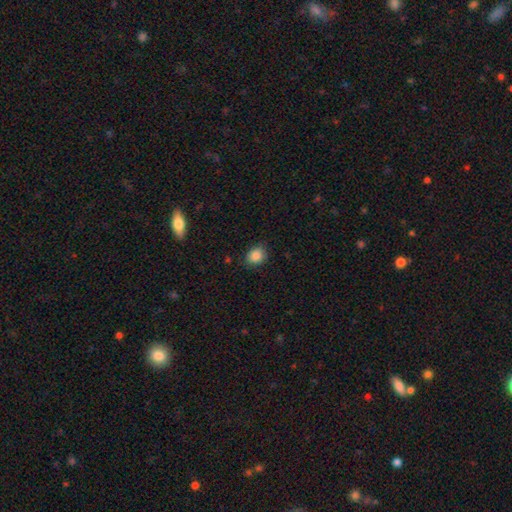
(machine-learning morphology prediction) A smooth galaxy with no disk features (86%) that is round (55%). Merging: none (79%).